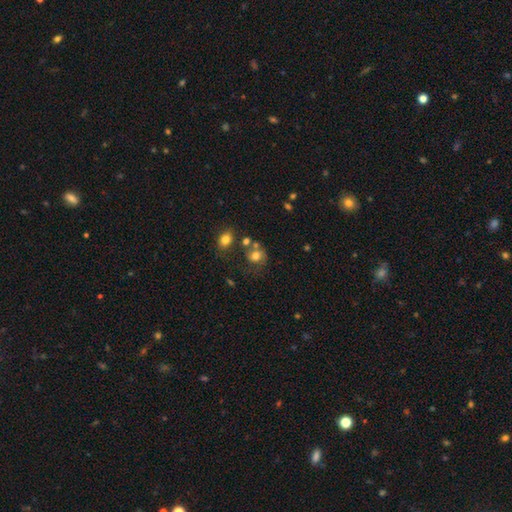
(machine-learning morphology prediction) This appears to be a smooth galaxy with no disk features (70%) that is round (71%). Merging: none (47%).